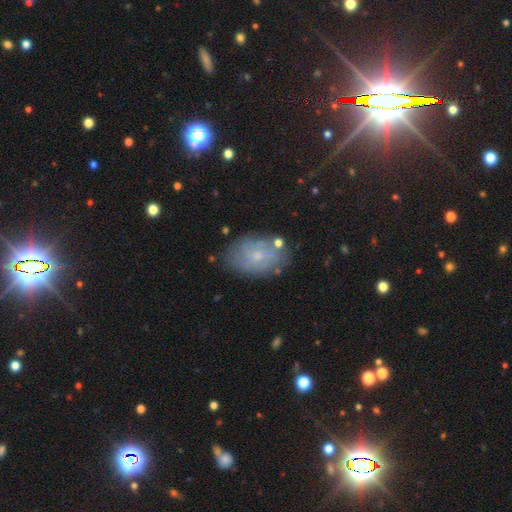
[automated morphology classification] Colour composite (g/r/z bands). It shows a featured or disk galaxy (52%). Merging: none (73%).